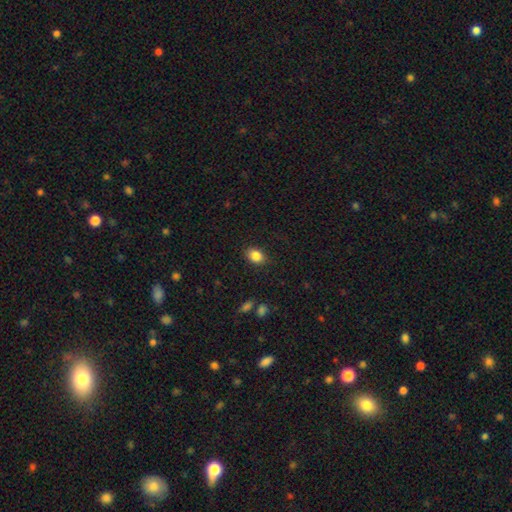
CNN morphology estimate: This is clearly a smooth galaxy (85%). How rounded: likely in between (71%). Merging: clearly none (85%).